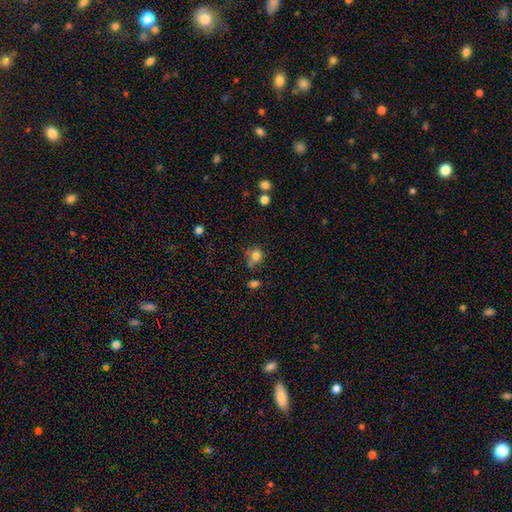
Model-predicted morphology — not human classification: Smooth or featured? smooth (76%)
How rounded? round (72%)
Merging? none (51%)